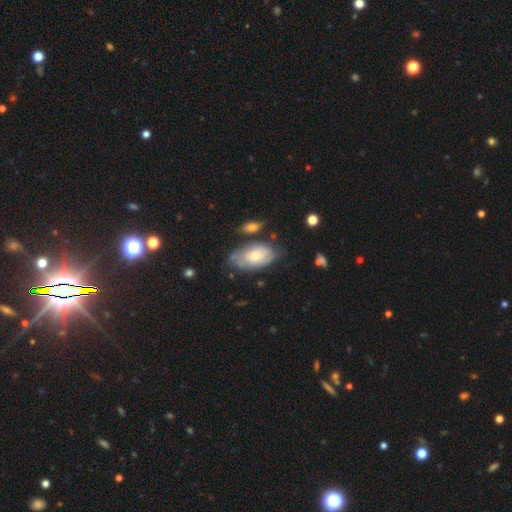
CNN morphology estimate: The model was most divided on "smooth or featured": smooth: 54%, featured or disk: 40%, star or artifact: 6%. More confident: how rounded — in between (92%); merging — none (54%).